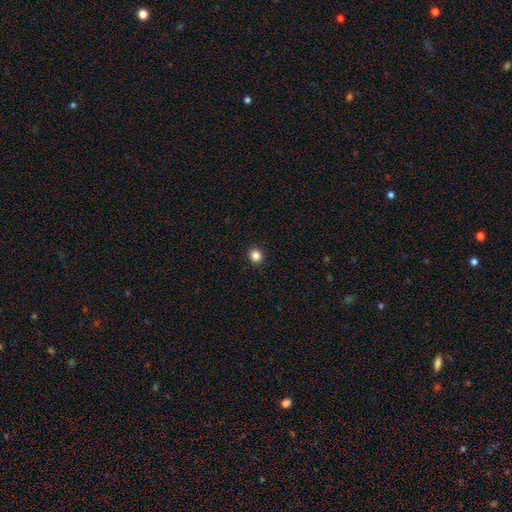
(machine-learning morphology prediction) smooth 85%, star or artifact 12%, featured or disk 3%. Down the decision tree: how rounded — round (94%); merging — none (94%).